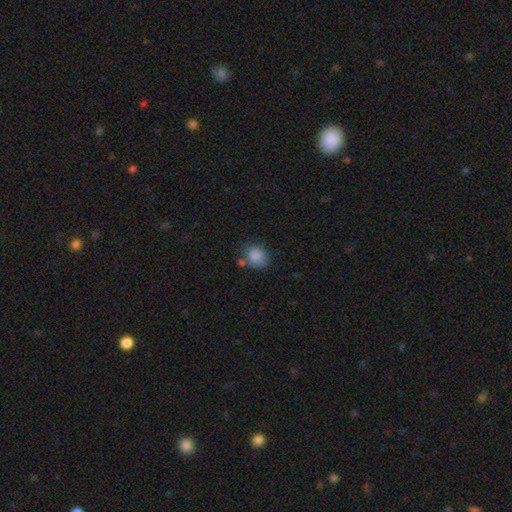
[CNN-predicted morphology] This is clearly a smooth galaxy (86%). How rounded: possibly round (57%). Merging: likely none (62%).